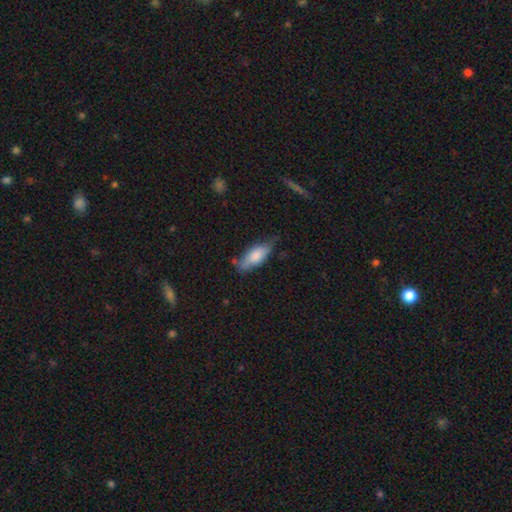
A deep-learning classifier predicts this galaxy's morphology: Smooth or featured? smooth (75%)
How rounded? in between (75%)
Merging? none (53%)